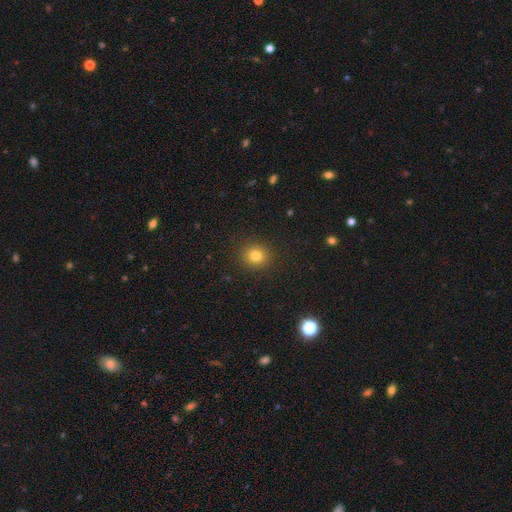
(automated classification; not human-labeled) Smooth or featured? Predicted: smooth (p=0.81). How rounded? Predicted: round (p=0.87). Merging? Predicted: none (p=0.91).